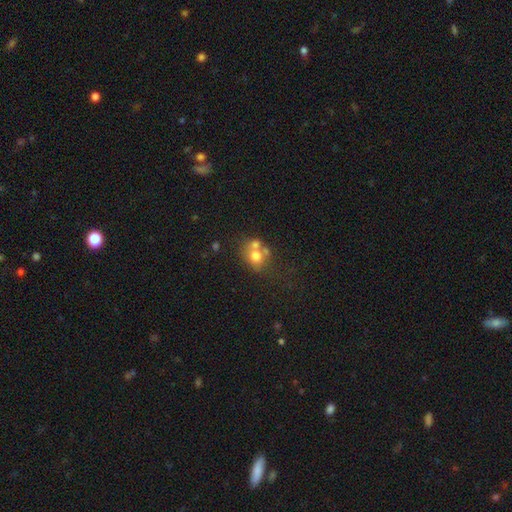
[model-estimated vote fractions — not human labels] The model was most divided on "merging": merger: 43%, none: 40%, minor disturbance: 11%, major disturbance: 6%. More confident: smooth or featured — smooth (68%); how rounded — round (64%).